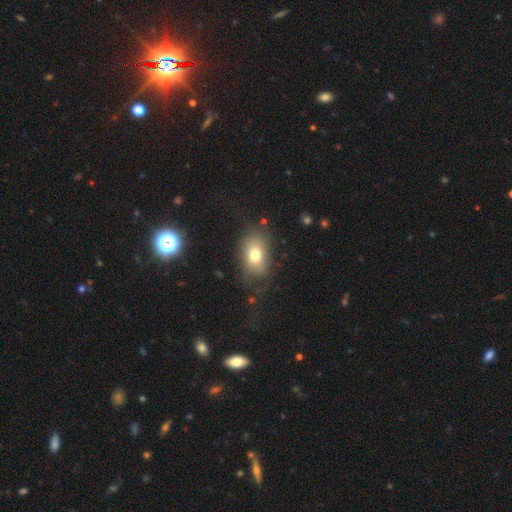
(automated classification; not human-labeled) A smooth galaxy with no disk features (71%) that is in between round and cigar-shaped (78%). Merging: none (73%).